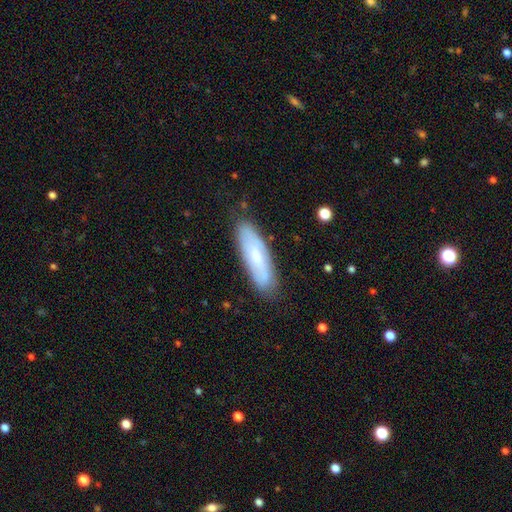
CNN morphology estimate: Q: Smooth or featured?
A: smooth (55%); runner-up: featured or disk (38%)
Q: How rounded?
A: cigar-shaped (50%); runner-up: in between (48%)
Q: Merging?
A: none (83%); runner-up: minor disturbance (13%)